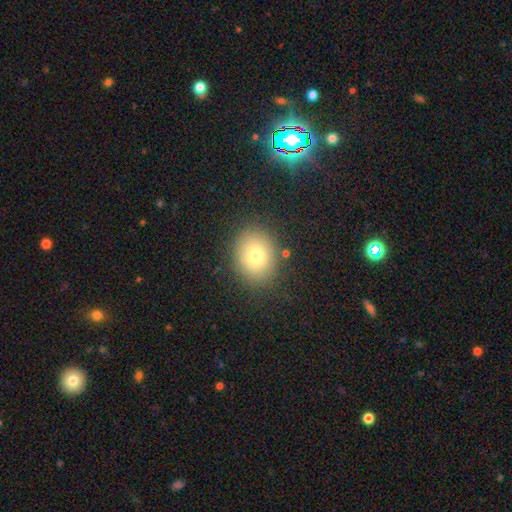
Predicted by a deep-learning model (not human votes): A smooth galaxy with no disk features (73%) that is round (61%).

Vote fractions:
- Smooth or featured? smooth: 73% / star or artifact: 14% / featured or disk: 13%
- How rounded? round: 61% / in between: 38% / cigar-shaped: 1%
- Merging? none: 86% / minor disturbance: 9% / major disturbance: 3% / merger: 2%